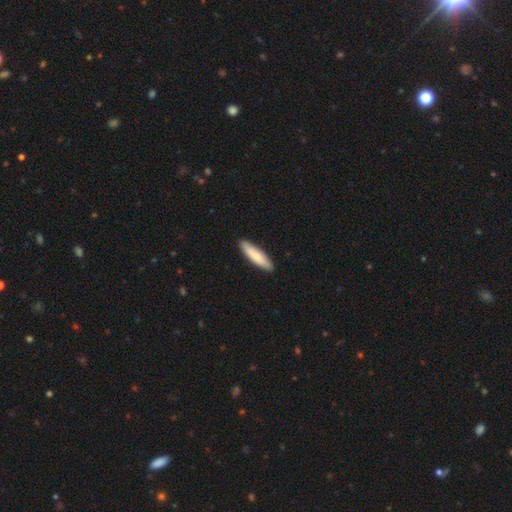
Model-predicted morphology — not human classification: A smooth galaxy with no disk features (78%) that is cigar-shaped (74%).

Vote fractions:
- Smooth or featured? smooth: 78% / featured or disk: 17% / star or artifact: 5%
- How rounded? cigar-shaped: 74% / in between: 25% / round: 1%
- Merging? none: 89% / minor disturbance: 9% / major disturbance: 1% / merger: 1%